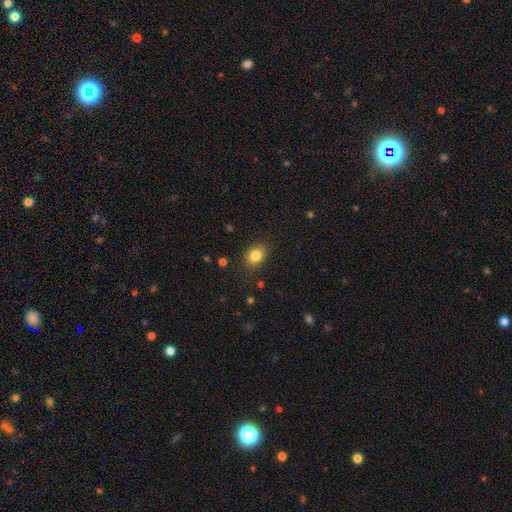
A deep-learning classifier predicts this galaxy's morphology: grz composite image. It shows a smooth galaxy with no disk features (83%) that is in between round and cigar-shaped (55%). Merging: none (85%).